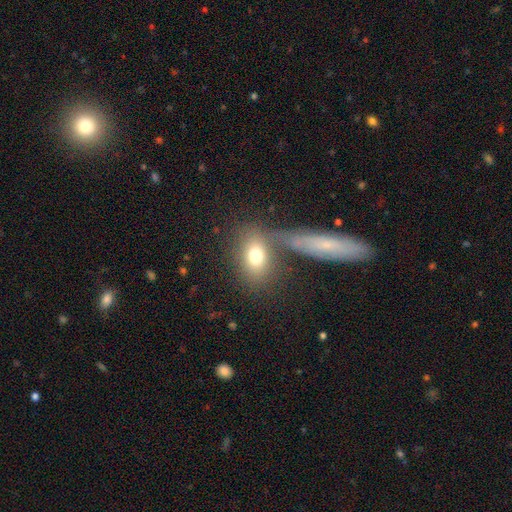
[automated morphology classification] type=smooth (75%); roundness=in between (70%); merging=none (53%).